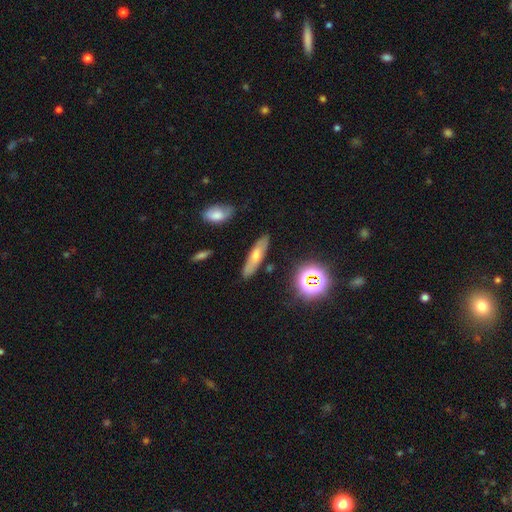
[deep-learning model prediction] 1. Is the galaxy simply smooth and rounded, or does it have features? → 49% smooth, 36% featured or disk, 15% star or artifact.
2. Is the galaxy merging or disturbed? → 84% none, 11% minor disturbance, 3% major disturbance, 2% merger.